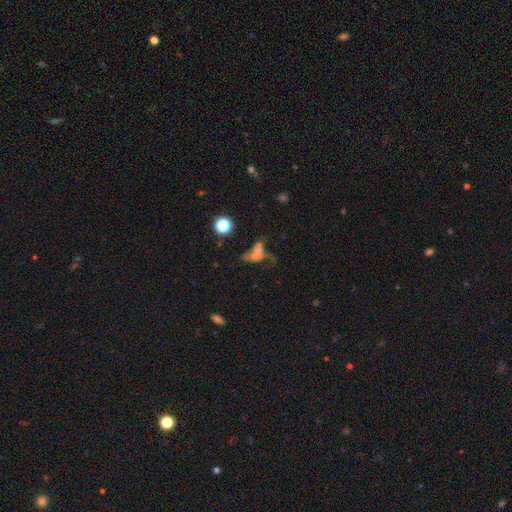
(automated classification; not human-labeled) Smooth or featured?
  - smooth: 36% *
  - featured or disk: 34%
  - star or artifact: 30%
Merging?
  - merger: 30% *
  - major disturbance: 29%
  - none: 27%
  - minor disturbance: 14%